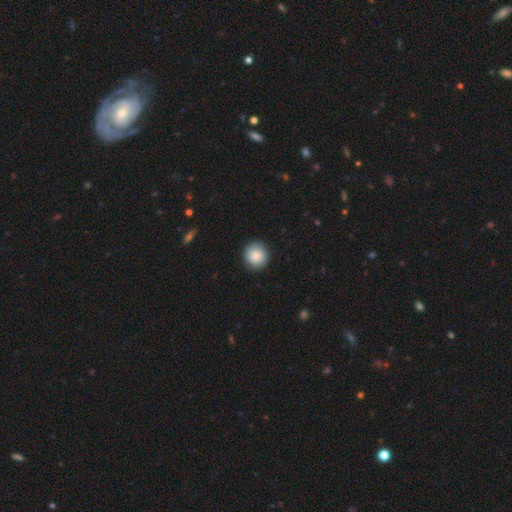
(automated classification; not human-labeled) Q: Smooth or featured?
A: smooth (88%); runner-up: star or artifact (7%)
Q: How rounded?
A: round (92%); runner-up: in between (7%)
Q: Merging?
A: none (90%); runner-up: minor disturbance (8%)